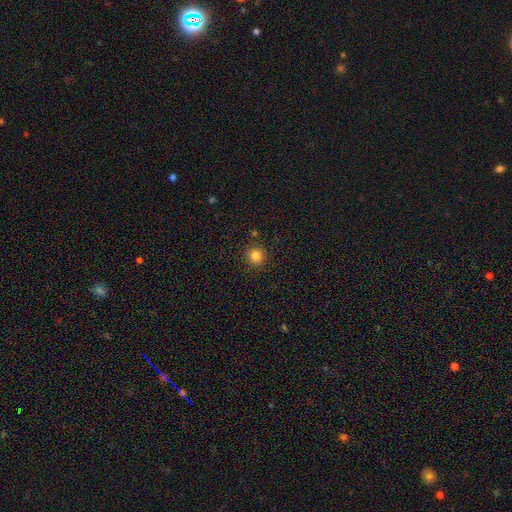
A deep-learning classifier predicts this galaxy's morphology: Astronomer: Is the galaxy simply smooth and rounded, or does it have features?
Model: smooth — 83%.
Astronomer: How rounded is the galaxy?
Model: round — 93%.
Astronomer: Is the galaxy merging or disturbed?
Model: none — 90%.